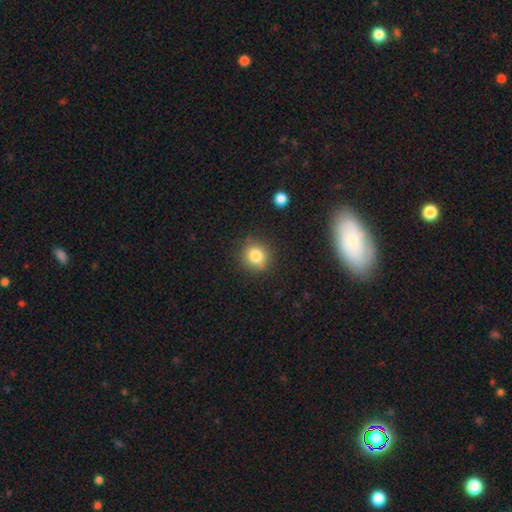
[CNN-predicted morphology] Smooth or featured?
  - smooth: 82% *
  - star or artifact: 11%
  - featured or disk: 7%
How rounded?
  - round: 84% *
  - in between: 15%
  - cigar-shaped: 1%
Merging?
  - none: 84% *
  - minor disturbance: 11%
  - major disturbance: 3%
  - merger: 2%